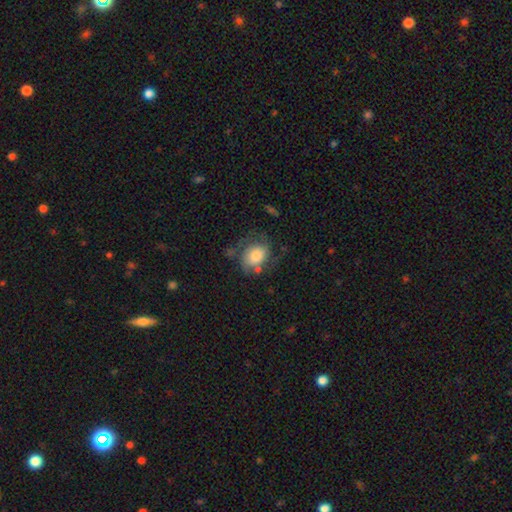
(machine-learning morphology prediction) smooth-or-featured: smooth: 50% | featured or disk: 42% | star or artifact: 8%
  merging: none: 46% | minor disturbance: 27% | major disturbance: 22% | merger: 6%